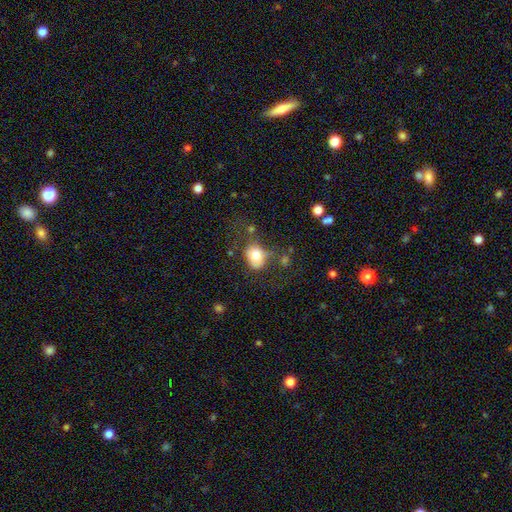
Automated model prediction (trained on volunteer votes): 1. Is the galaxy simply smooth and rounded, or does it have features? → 77% smooth, 14% featured or disk, 9% star or artifact.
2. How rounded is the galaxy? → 55% in between, 44% round, 1% cigar-shaped.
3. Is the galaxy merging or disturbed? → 48% none, 27% minor disturbance, 18% major disturbance, 8% merger.